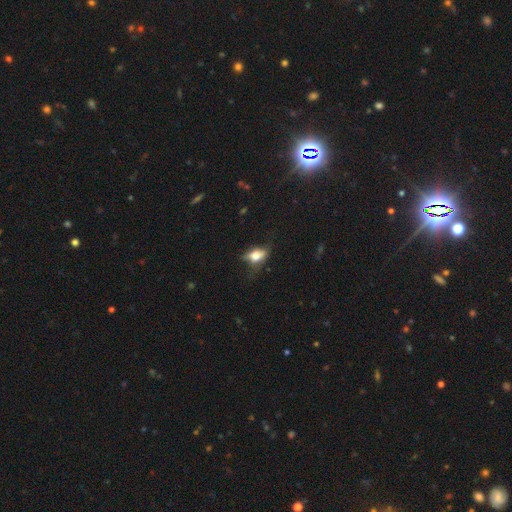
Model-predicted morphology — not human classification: smooth-or-featured: smooth: 59% | featured or disk: 32% | star or artifact: 10%
  how-rounded: in between: 79% | round: 11% | cigar-shaped: 10%
  merging: none: 52% | minor disturbance: 28% | major disturbance: 17% | merger: 2%